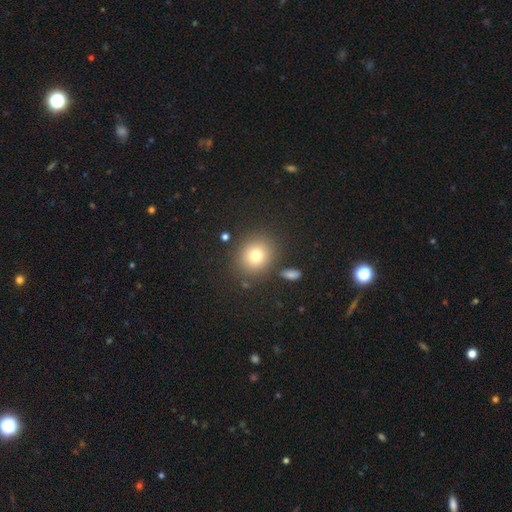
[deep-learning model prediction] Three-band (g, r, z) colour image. It shows a smooth galaxy with no disk features (75%) that is round (78%). Merging: none (84%).